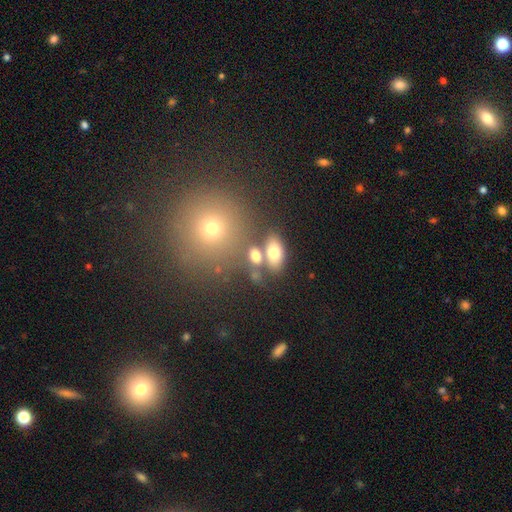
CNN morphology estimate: Smooth or featured?
  - smooth: 73% *
  - featured or disk: 15%
  - star or artifact: 12%
How rounded?
  - in between: 80% *
  - round: 16%
  - cigar-shaped: 4%
Merging?
  - none: 58% *
  - merger: 26%
  - minor disturbance: 11%
  - major disturbance: 5%